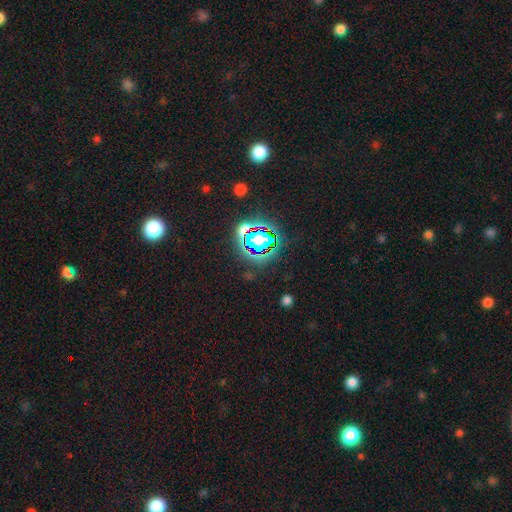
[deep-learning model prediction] Overall: star or artifact (82%).